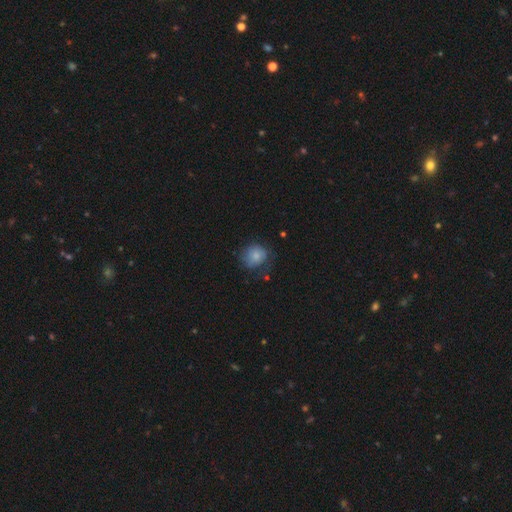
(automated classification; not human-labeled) smooth-or-featured: smooth: 78% | featured or disk: 13% | star or artifact: 9%
  how-rounded: round: 76% | in between: 23% | cigar-shaped: 1%
  merging: none: 59% | minor disturbance: 27% | major disturbance: 12% | merger: 2%